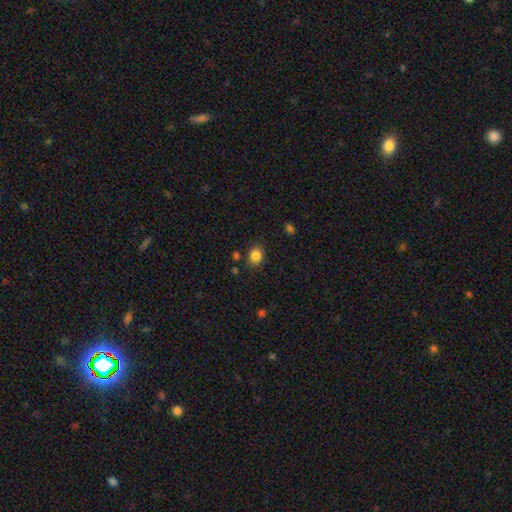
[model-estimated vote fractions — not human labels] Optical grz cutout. It shows a smooth galaxy with no disk features (85%) that is round (52%). Merging: none (82%).